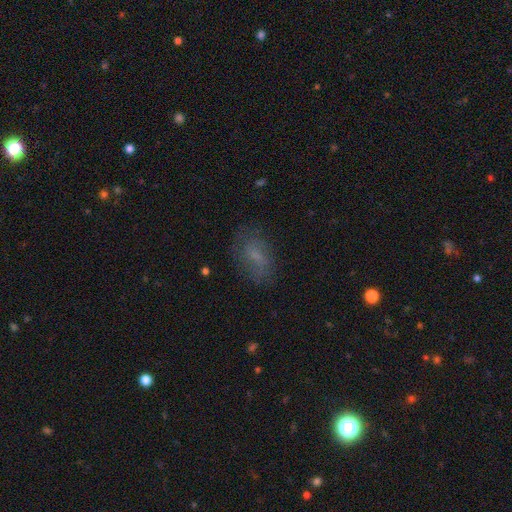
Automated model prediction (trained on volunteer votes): This appears to be a smooth galaxy with no disk features (58%) that is in between round and cigar-shaped (85%). Merging: none (70%).